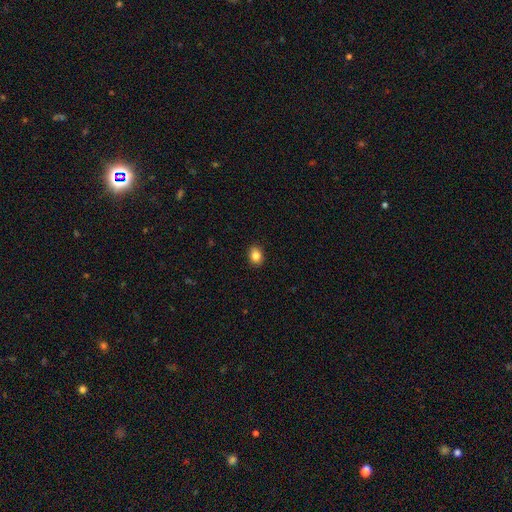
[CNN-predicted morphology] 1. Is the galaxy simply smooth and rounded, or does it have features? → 85% smooth, 10% star or artifact, 5% featured or disk.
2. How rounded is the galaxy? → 56% in between, 43% round, 1% cigar-shaped.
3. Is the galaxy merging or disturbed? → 89% none, 8% minor disturbance, 2% major disturbance, 1% merger.